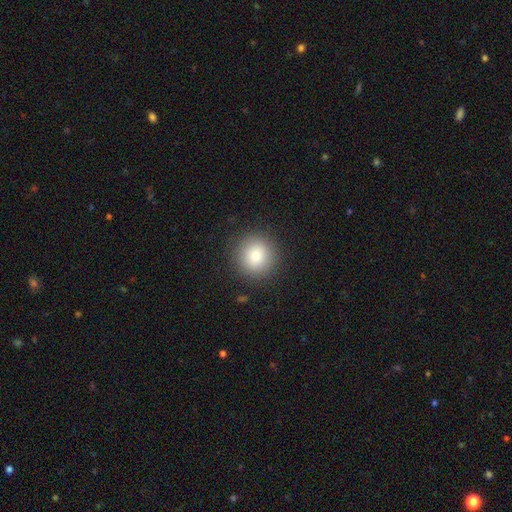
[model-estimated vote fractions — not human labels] This is clearly a smooth galaxy (84%). How rounded: clearly round (93%). Merging: clearly none (89%).